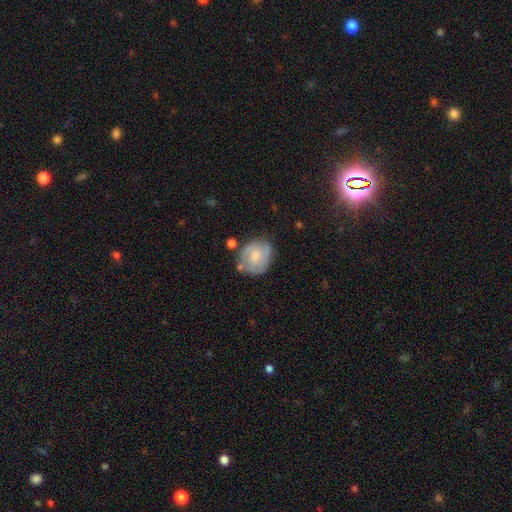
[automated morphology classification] This appears to be a featured or disk galaxy (54%) with no bar (63%), spiral arms (77%) and a moderate central bulge (42%). Merging: none (60%).